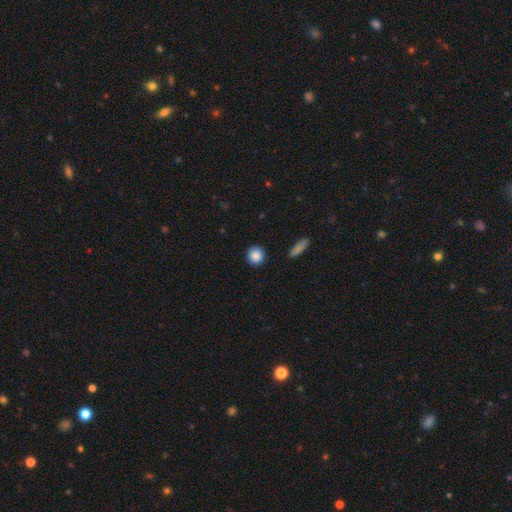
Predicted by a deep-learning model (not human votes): smooth-or-featured: smooth: 88% | star or artifact: 8% | featured or disk: 4%
  how-rounded: round: 92% | in between: 6% | cigar-shaped: 1%
  merging: none: 91% | minor disturbance: 6% | major disturbance: 2% | merger: 1%